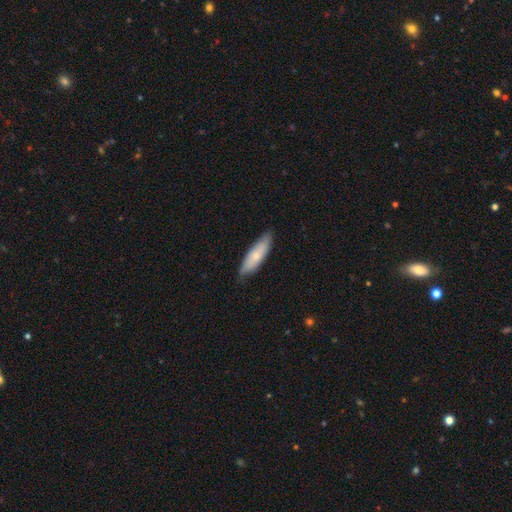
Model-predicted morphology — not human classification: Overall: smooth (68%). How rounded: cigar-shaped (58%; in between 40%). Merging: none (79%).